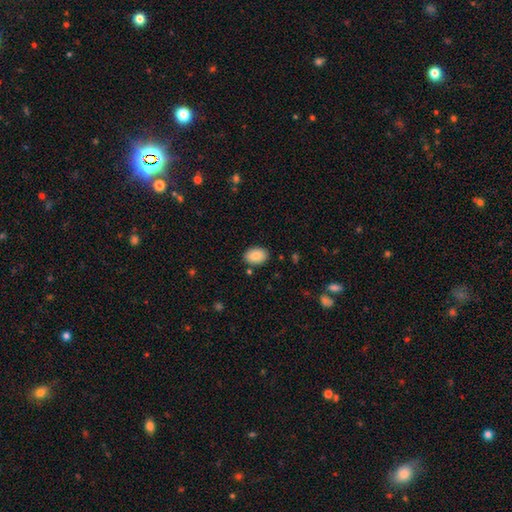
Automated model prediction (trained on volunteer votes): A smooth galaxy with no disk features (86%) that is in between round and cigar-shaped (83%). Merging: none (85%).